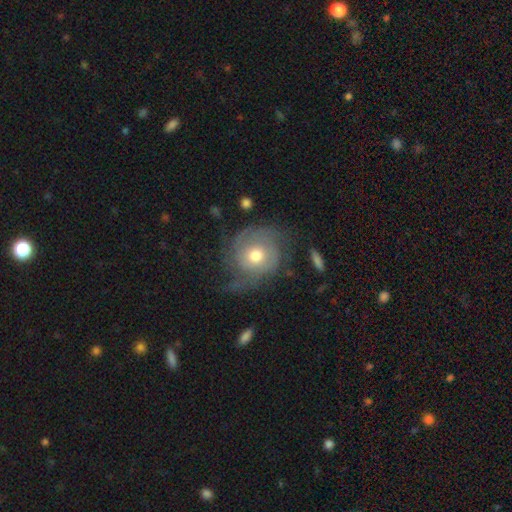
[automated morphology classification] This is likely a featured or disk galaxy (64%). It is clearly not viewed edge-on (97%). Bar: likely no (80%). Spiral arm pattern: clearly yes (84%). Spiral arm count: possibly 2 (47%). Spiral winding: marginally tight (41%). Central bulge: likely moderate (74%). Merging: possibly none (52%).